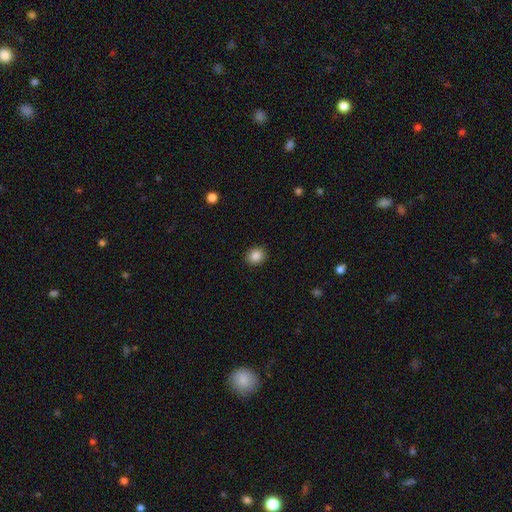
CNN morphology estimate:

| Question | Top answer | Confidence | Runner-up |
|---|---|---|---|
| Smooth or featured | smooth | 86% | star or artifact (10%) |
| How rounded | round | 68% | in between (31%) |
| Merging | none | 91% | minor disturbance (6%) |